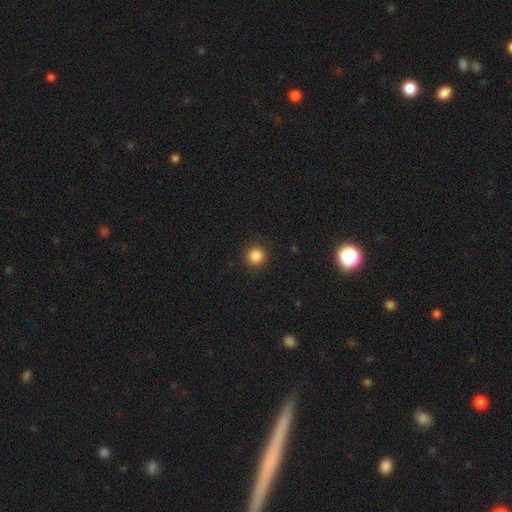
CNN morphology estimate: smooth 86%, star or artifact 11%, featured or disk 3%. Down the decision tree: how rounded — round (95%); merging — none (92%).